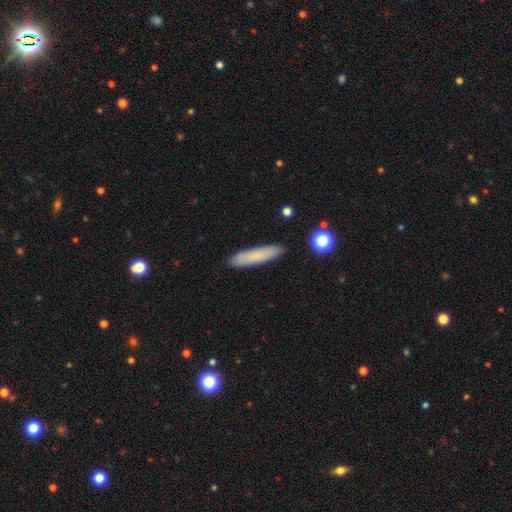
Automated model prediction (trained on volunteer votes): smooth-or-featured: smooth: 78% | featured or disk: 15% | star or artifact: 8%
  how-rounded: cigar-shaped: 85% | in between: 14% | round: 1%
  merging: none: 89% | minor disturbance: 8% | major disturbance: 2% | merger: 1%